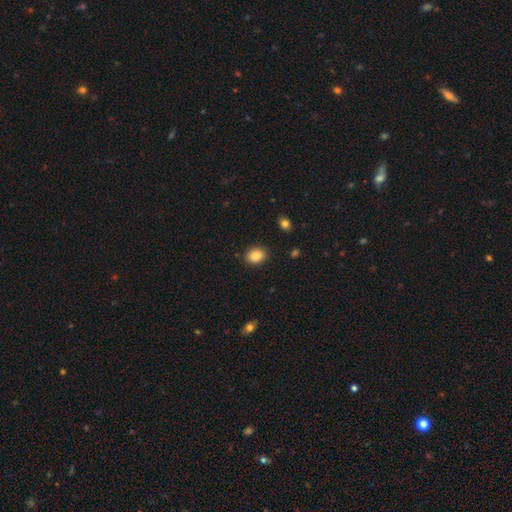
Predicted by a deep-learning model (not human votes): This appears to be a smooth galaxy with no disk features (86%) that is in between round and cigar-shaped (59%). Merging: none (88%).